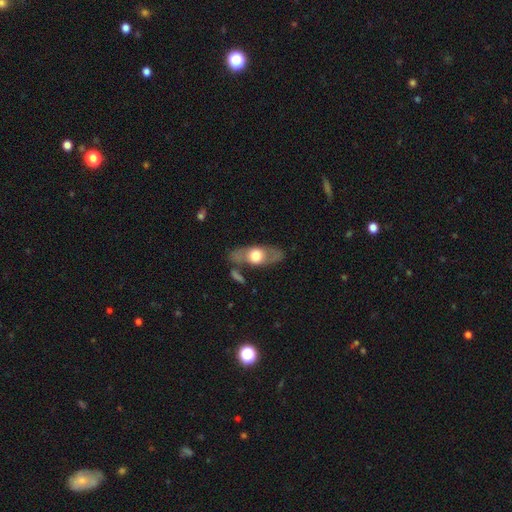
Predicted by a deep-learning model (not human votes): Smooth or featured? Predicted: featured or disk (p=0.54). Edge-on disk? Predicted: no (p=0.61). Merging? Predicted: none (p=0.71).